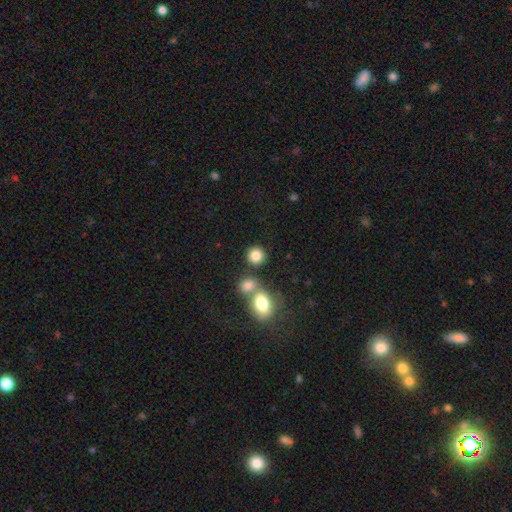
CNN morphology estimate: A smooth galaxy with no disk features (82%) that is round (84%). Merging: none (72%).